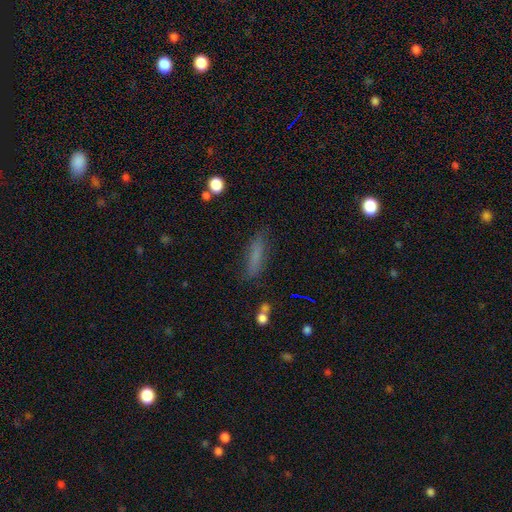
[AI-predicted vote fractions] Smooth or featured? smooth (73%)
How rounded? cigar-shaped (78%)
Merging? none (79%)